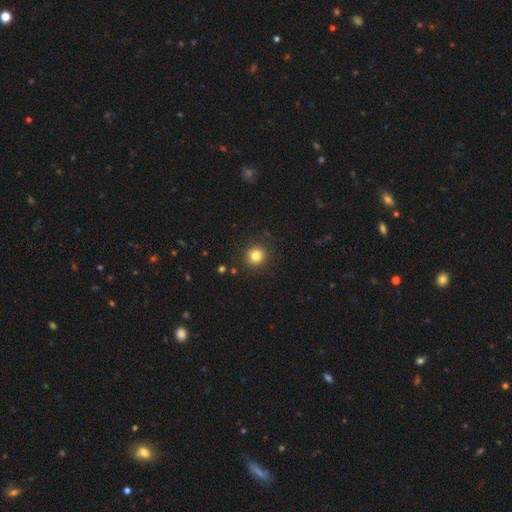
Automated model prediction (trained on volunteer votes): Q: Smooth or featured?
A: smooth (82%); runner-up: star or artifact (12%)
Q: How rounded?
A: round (94%); runner-up: in between (6%)
Q: Merging?
A: none (90%); runner-up: minor disturbance (6%)